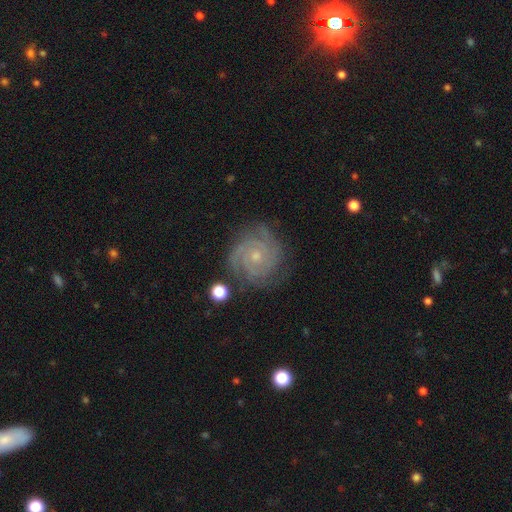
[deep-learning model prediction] smooth-or-featured: featured or disk: 88% | star or artifact: 6% | smooth: 6%
  disk-edge-on: no: 98% | yes: 2%
    bar: no: 78% | weak: 18% | strong: 4%
    has-spiral-arms: yes: 98% | no: 2%
      spiral-winding: tight: 77% | medium: 20% | loose: 3%
      spiral-arm-count: 3: 38% | 4: 18% | 2: 17% | can't tell: 15% | more than 4: 6% | 1: 6%
    bulge-size: small: 71% | moderate: 25% | none: 2% | large: 1% | dominant: 1%
  merging: none: 80% | minor disturbance: 14% | major disturbance: 4% | merger: 2%